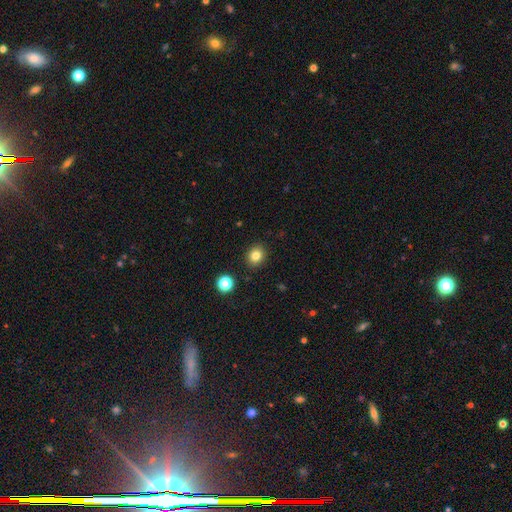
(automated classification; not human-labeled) Smooth or featured: smooth — 81% (star or artifact — 12%)
How rounded: round — 74% (in between — 26%)
Merging: none — 90% (minor disturbance — 6%)